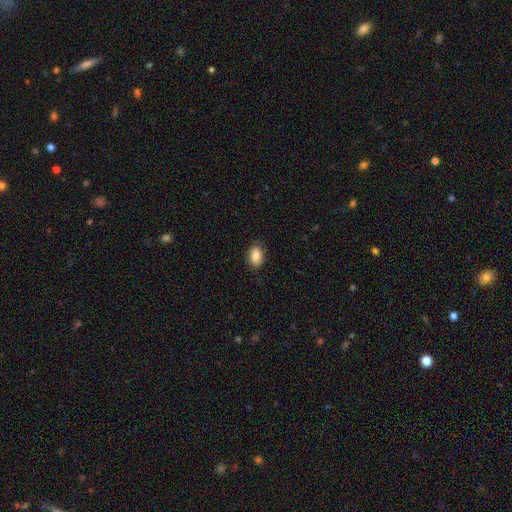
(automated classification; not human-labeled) smooth-or-featured: smooth: 85% | star or artifact: 8% | featured or disk: 7%
  how-rounded: in between: 82% | round: 17% | cigar-shaped: 1%
  merging: none: 84% | minor disturbance: 12% | major disturbance: 3% | merger: 1%